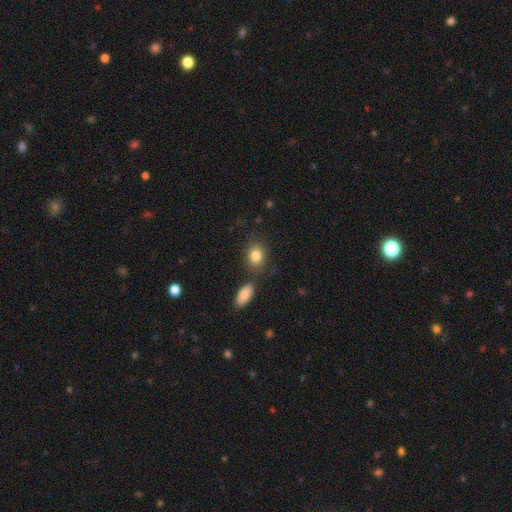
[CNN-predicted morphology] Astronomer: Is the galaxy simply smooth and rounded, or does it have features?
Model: smooth — 84%.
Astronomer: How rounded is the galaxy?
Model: in between — 57% (runner-up: round, 41%).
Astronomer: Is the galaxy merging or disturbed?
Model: none — 72%.